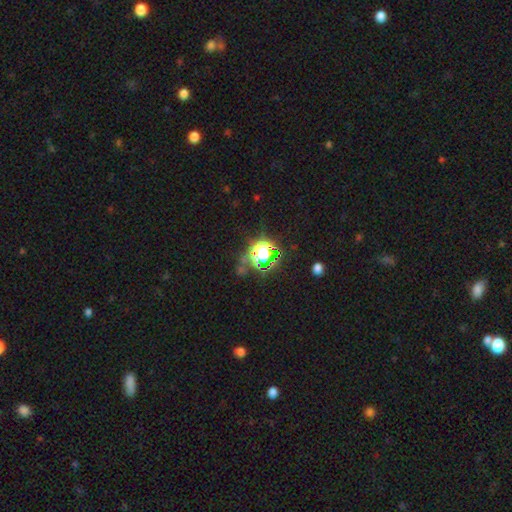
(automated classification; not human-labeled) smooth-or-featured: star or artifact: 64% | smooth: 27% | featured or disk: 10%